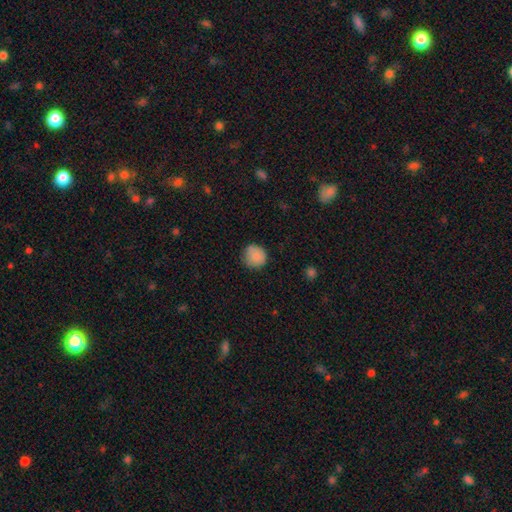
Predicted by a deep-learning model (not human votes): This is clearly a smooth galaxy (86%). How rounded: clearly round (90%). Merging: likely none (76%).